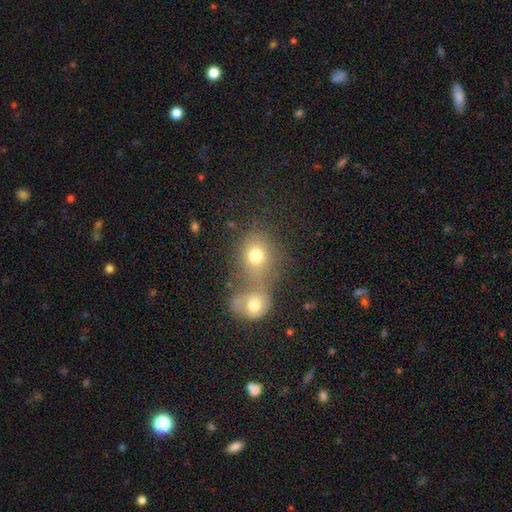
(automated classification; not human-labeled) Morphology: type=smooth (74%); roundness=round (66%); merging=merger (58%).